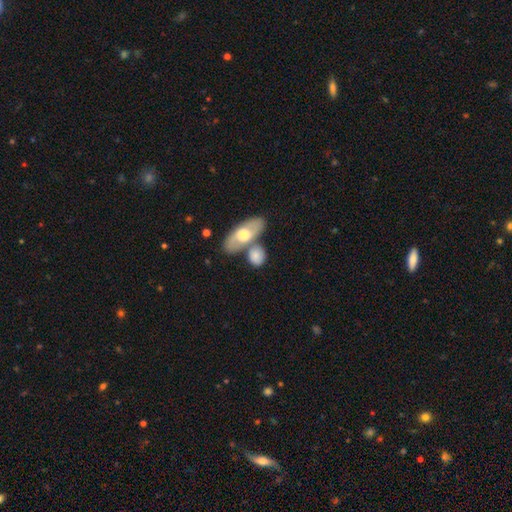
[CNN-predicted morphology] A smooth galaxy with no disk features (72%) that is in between round and cigar-shaped (61%).

Vote fractions:
- Smooth or featured? smooth: 72% / featured or disk: 22% / star or artifact: 6%
- How rounded? in between: 61% / round: 31% / cigar-shaped: 8%
- Merging? none: 55% / merger: 28% / minor disturbance: 13% / major disturbance: 4%